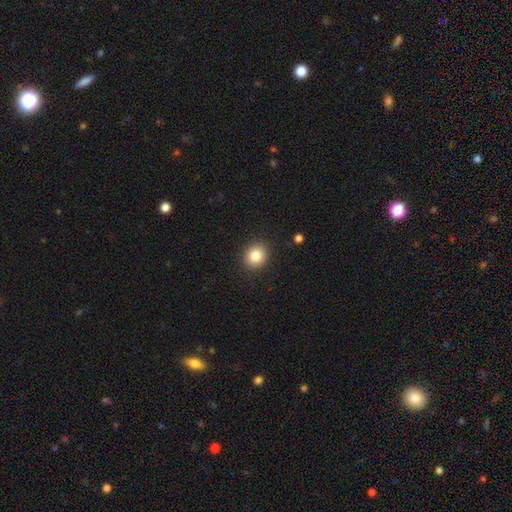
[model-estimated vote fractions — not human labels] This is clearly a smooth galaxy (83%). How rounded: likely round (70%). Merging: clearly none (90%).